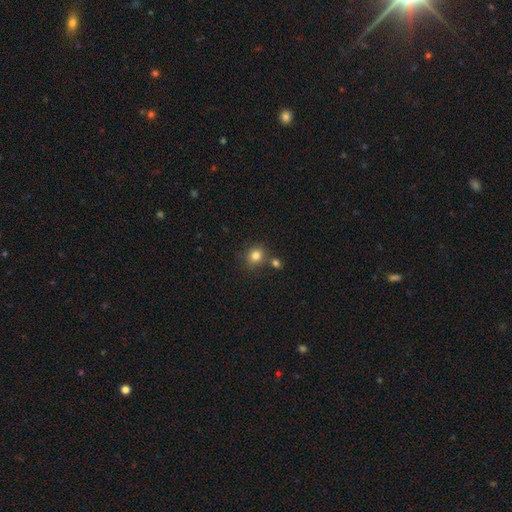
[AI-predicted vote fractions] smooth-or-featured: smooth: 81% | star or artifact: 12% | featured or disk: 7%
  how-rounded: round: 81% | in between: 18% | cigar-shaped: 1%
  merging: none: 70% | merger: 15% | minor disturbance: 11% | major disturbance: 3%